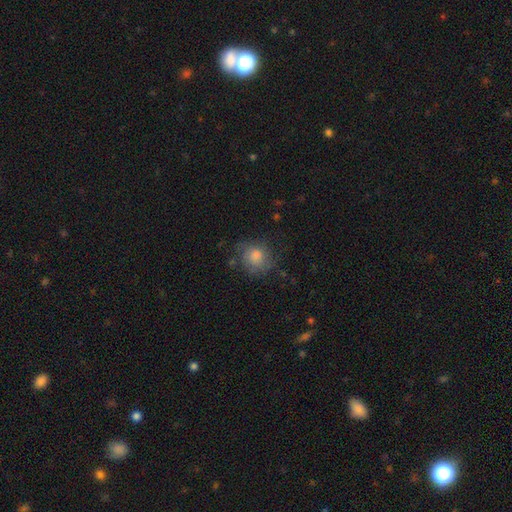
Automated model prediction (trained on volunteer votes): A smooth galaxy with no disk features (72%) that is round (80%).

Vote fractions:
- Smooth or featured? smooth: 72% / featured or disk: 16% / star or artifact: 12%
- How rounded? round: 80% / in between: 19% / cigar-shaped: 1%
- Merging? none: 69% / minor disturbance: 20% / major disturbance: 9% / merger: 2%